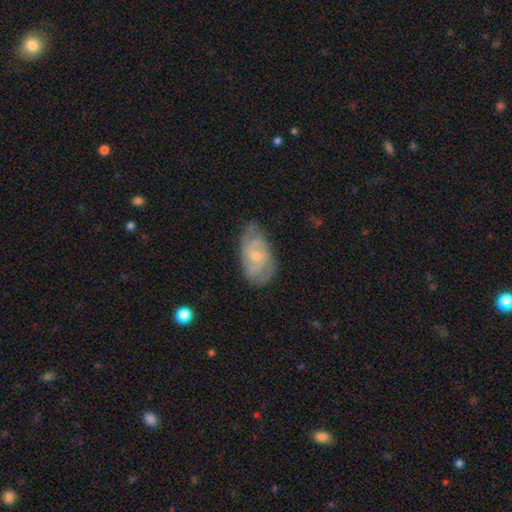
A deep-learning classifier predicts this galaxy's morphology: type=featured or disk (75%); edge-on=no (96%); bar=no (54%); spiral arms=yes (92%); winding=tight (46%); arm count=2 (50%); bulge=small (60%); merging=none (68%).